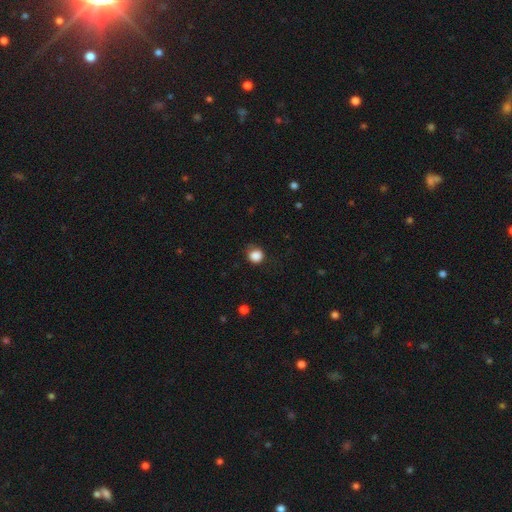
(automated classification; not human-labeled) A smooth galaxy with no disk features (87%) that is round (85%).

Vote fractions:
- Smooth or featured? smooth: 87% / star or artifact: 10% / featured or disk: 3%
- How rounded? round: 85% / in between: 14% / cigar-shaped: 1%
- Merging? none: 72% / minor disturbance: 21% / major disturbance: 6% / merger: 1%